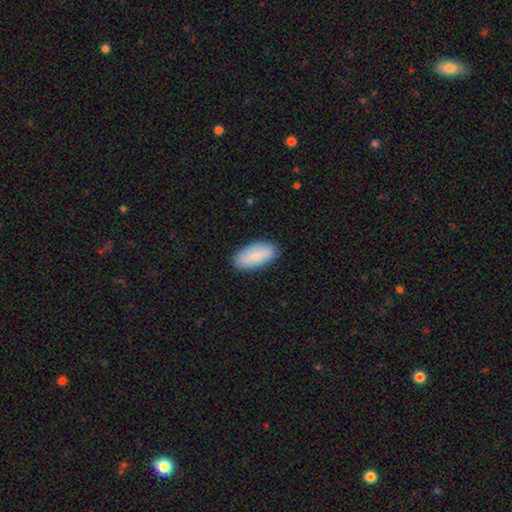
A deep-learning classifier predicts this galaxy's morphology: Smooth or featured?
  - smooth: 85% *
  - featured or disk: 10%
  - star or artifact: 6%
How rounded?
  - in between: 90% *
  - cigar-shaped: 8%
  - round: 2%
Merging?
  - none: 87% *
  - minor disturbance: 10%
  - major disturbance: 2%
  - merger: 1%